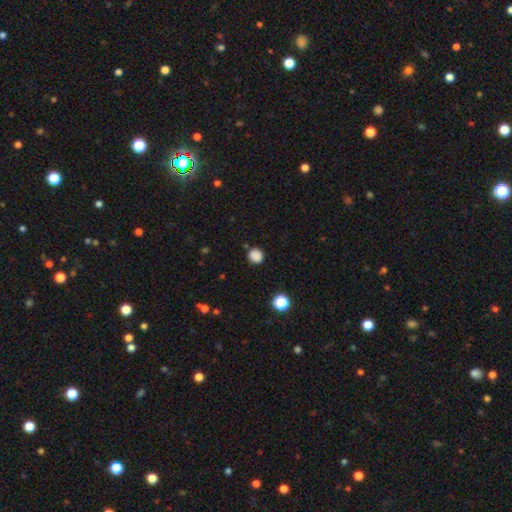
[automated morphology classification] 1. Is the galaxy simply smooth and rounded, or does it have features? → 84% smooth, 12% star or artifact, 3% featured or disk.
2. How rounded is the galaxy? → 88% round, 11% in between, 1% cigar-shaped.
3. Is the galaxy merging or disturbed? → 85% none, 10% minor disturbance, 3% major disturbance, 2% merger.